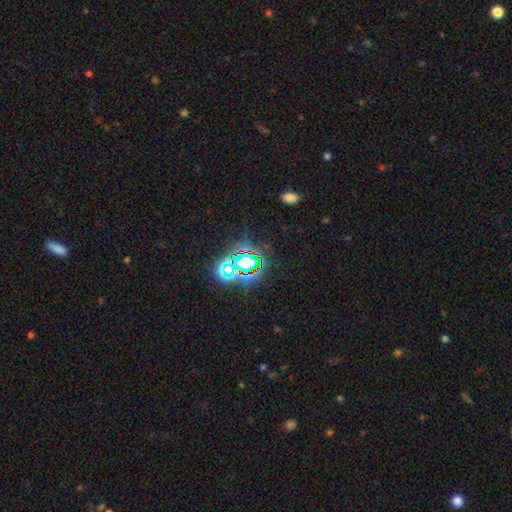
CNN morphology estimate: star or artifact 78%, smooth 14%, featured or disk 8%.